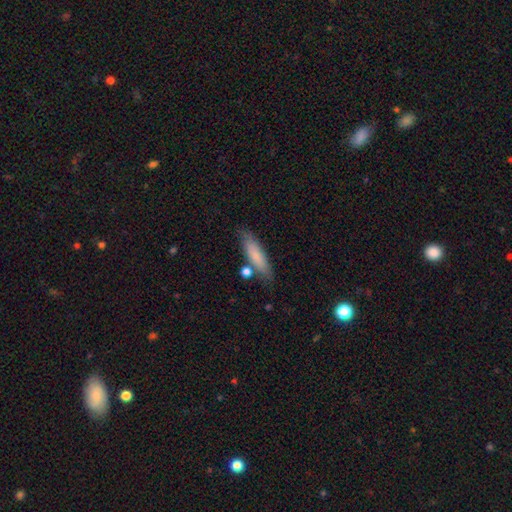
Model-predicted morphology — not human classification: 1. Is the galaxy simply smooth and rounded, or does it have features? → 78% smooth, 15% featured or disk, 6% star or artifact.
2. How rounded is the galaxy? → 68% cigar-shaped, 30% in between, 2% round.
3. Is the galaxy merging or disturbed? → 75% none, 15% minor disturbance, 7% merger, 3% major disturbance.